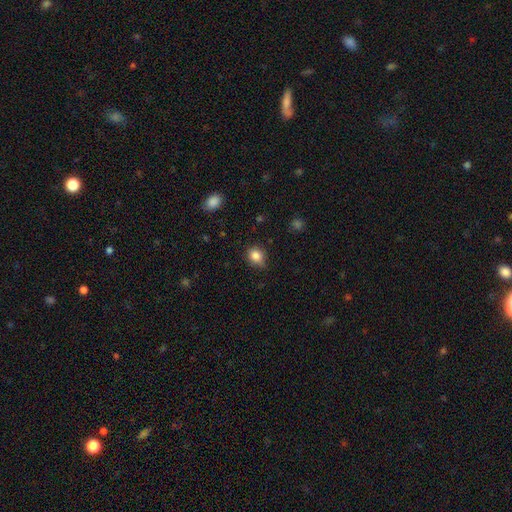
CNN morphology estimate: A smooth galaxy with no disk features (84%) that is round (71%). Merging: none (72%).